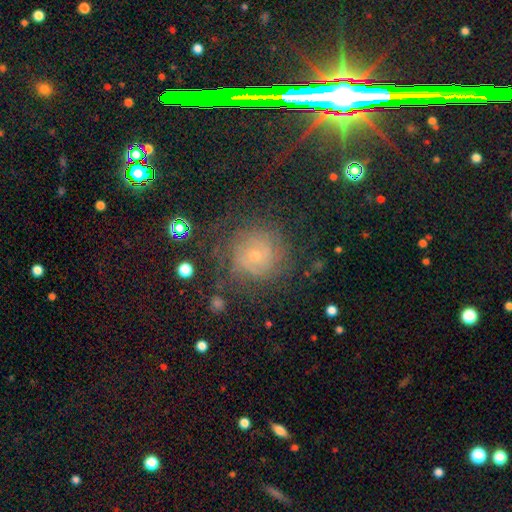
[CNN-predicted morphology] Smooth or featured: featured or disk — 51% (smooth — 31%)
Edge-on disk: no — 97% (yes — 3%)
Merging: none — 69% (minor disturbance — 16%)